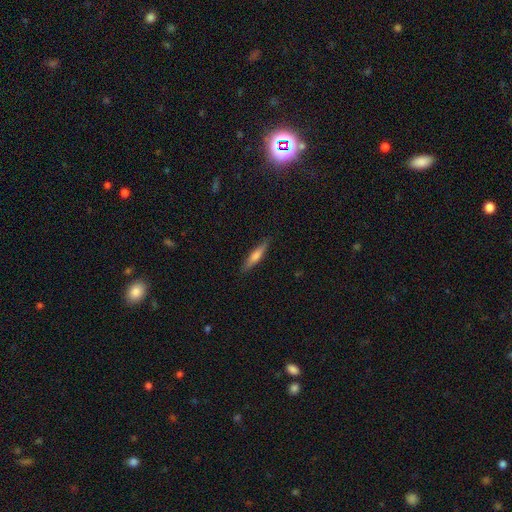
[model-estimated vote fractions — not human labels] Q: Smooth or featured?
A: smooth (51%); runner-up: featured or disk (43%)
Q: How rounded?
A: cigar-shaped (88%); runner-up: in between (10%)
Q: Merging?
A: none (89%); runner-up: minor disturbance (8%)